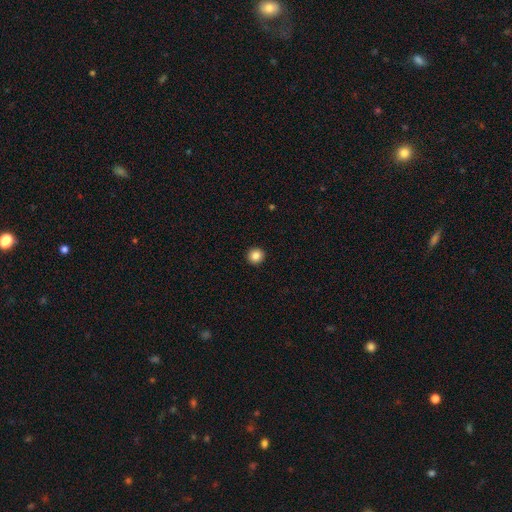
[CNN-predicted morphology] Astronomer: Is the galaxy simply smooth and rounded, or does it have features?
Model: smooth — 86%.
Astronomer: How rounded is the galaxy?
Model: round — 94%.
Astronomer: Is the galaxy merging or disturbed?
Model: none — 94%.